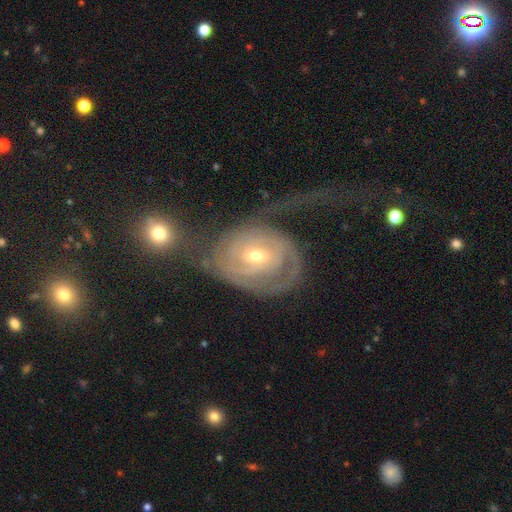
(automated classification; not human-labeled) Smooth or featured? featured or disk (85%)
Edge-on disk? no (96%)
Bar? weak (45%)
Spiral arms? yes (93%)
Spiral winding? tight (65%)
Spiral arm count? 2 (36%)
Bulge size? small (51%)
Merging? major disturbance (38%)